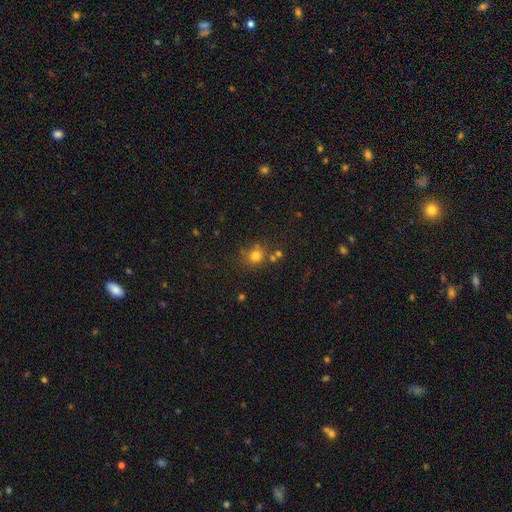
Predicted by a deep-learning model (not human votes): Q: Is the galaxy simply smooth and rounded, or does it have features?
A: smooth — 75%.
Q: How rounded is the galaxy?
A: round — 86%.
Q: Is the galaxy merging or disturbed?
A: none — 70%.